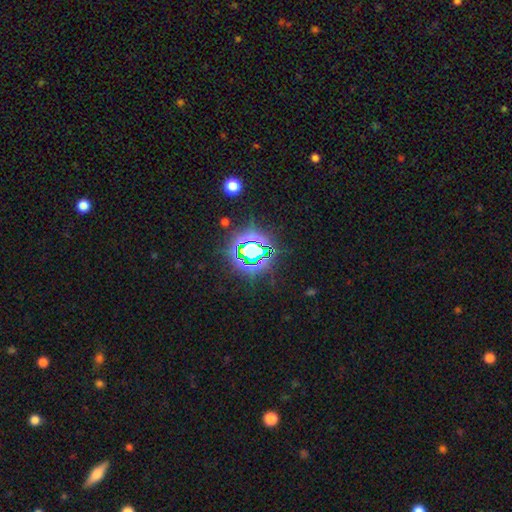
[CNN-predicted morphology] smooth_or_featured: star or artifact (p=0.77) [alt: smooth p=0.14]